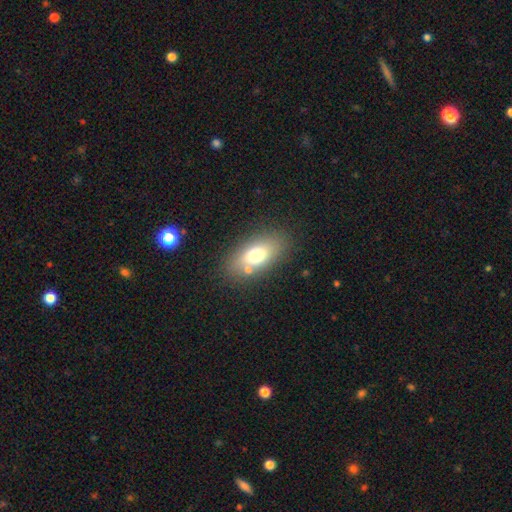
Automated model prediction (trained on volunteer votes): Morphology: type=smooth (71%); roundness=in between (87%); merging=none (75%).